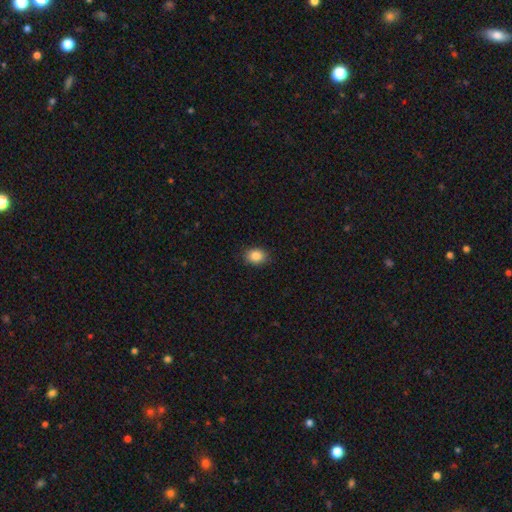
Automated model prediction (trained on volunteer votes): Smooth or featured? Predicted: smooth (p=0.87). How rounded? Predicted: in between (p=0.60). Merging? Predicted: none (p=0.87).